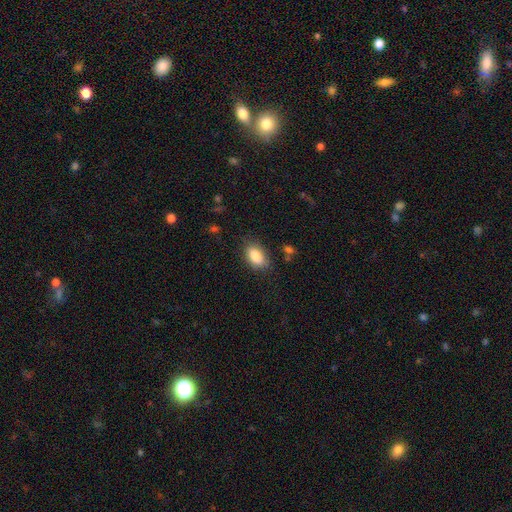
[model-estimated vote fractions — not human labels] smooth 85%, featured or disk 8%, star or artifact 7%. Down the decision tree: how rounded — in between (90%); merging — none (80%).